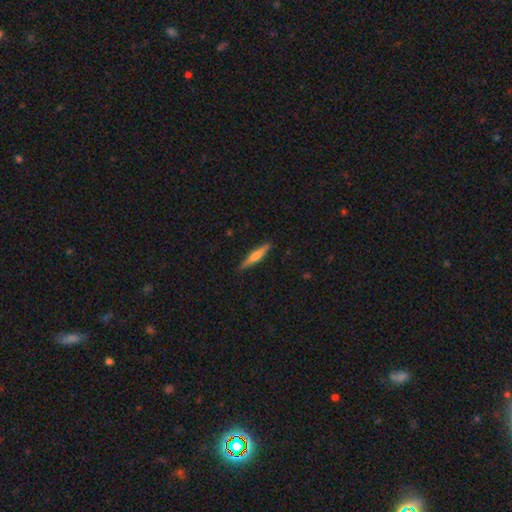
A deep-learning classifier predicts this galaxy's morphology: The model was most divided on "smooth or featured": smooth: 56%, featured or disk: 39%, star or artifact: 6%. More confident: how rounded — cigar-shaped (90%); merging — none (88%).